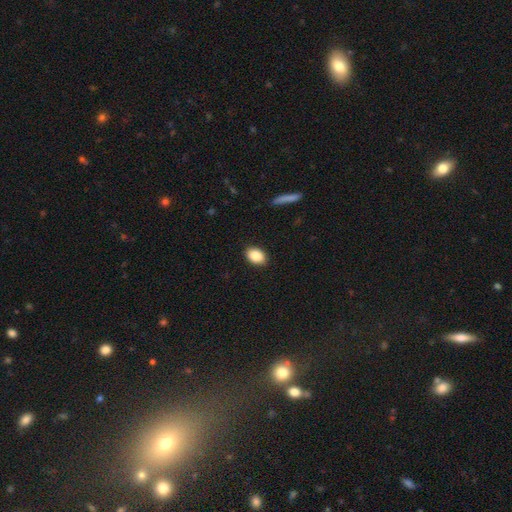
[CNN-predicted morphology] Q: Smooth or featured?
A: smooth (87%); runner-up: star or artifact (7%)
Q: How rounded?
A: in between (82%); runner-up: round (16%)
Q: Merging?
A: none (90%); runner-up: minor disturbance (7%)